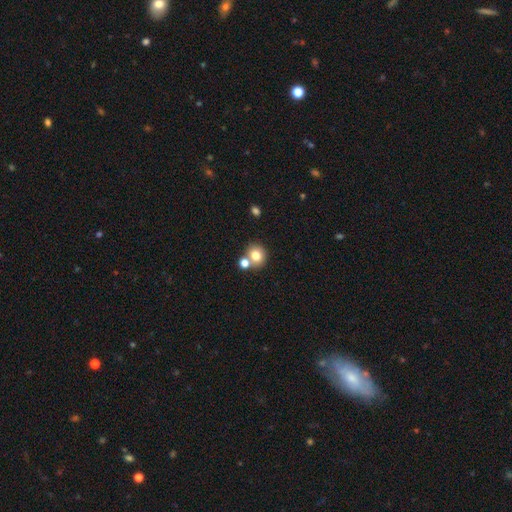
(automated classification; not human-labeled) smooth-or-featured: smooth: 77% | star or artifact: 12% | featured or disk: 11%
  how-rounded: round: 82% | in between: 17% | cigar-shaped: 1%
  merging: none: 59% | merger: 30% | minor disturbance: 8% | major disturbance: 3%